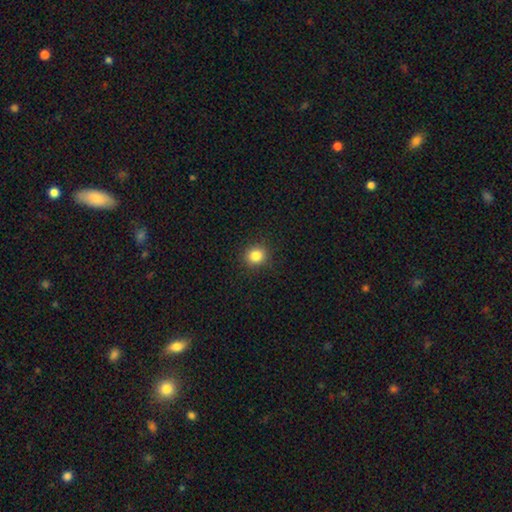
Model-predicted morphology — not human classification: This is clearly a smooth galaxy (83%). How rounded: clearly round (89%). Merging: clearly none (91%).